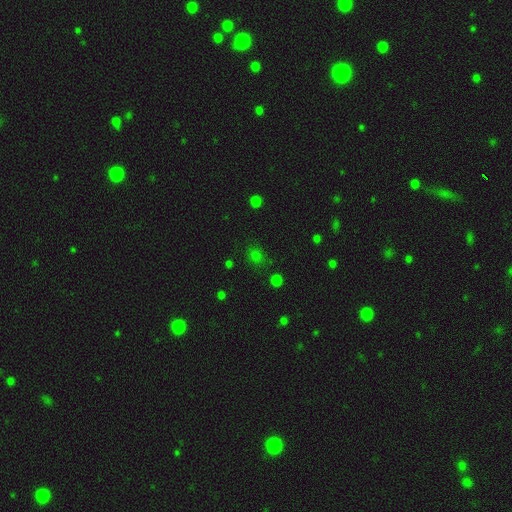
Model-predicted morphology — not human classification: type=smooth (68%); roundness=round (70%); merging=none (78%).